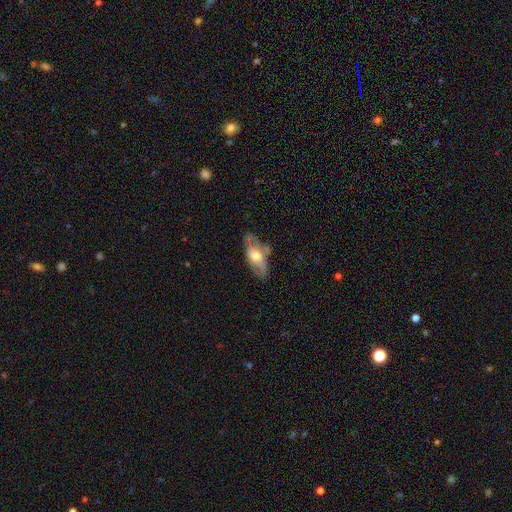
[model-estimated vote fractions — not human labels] This is possibly a smooth galaxy (48%). Merging: possibly none (56%).